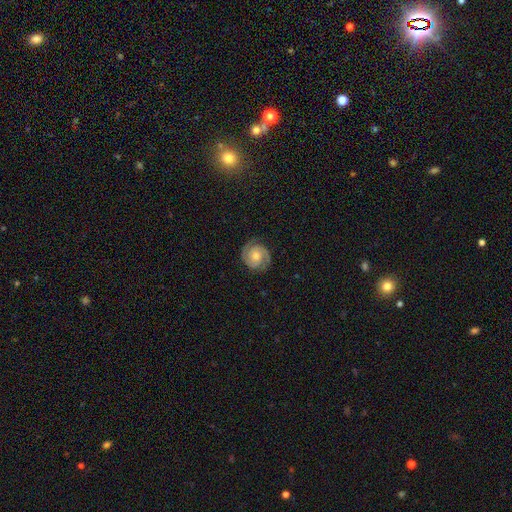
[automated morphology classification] featured or disk 85%, smooth 9%, star or artifact 6%. Down the decision tree: edge-on disk — no (98%); bar — no (67%); spiral arms — yes (97%); spiral arm count — 2 (92%); spiral winding — tight (62%); bulge size — moderate (65%); merging — none (86%).